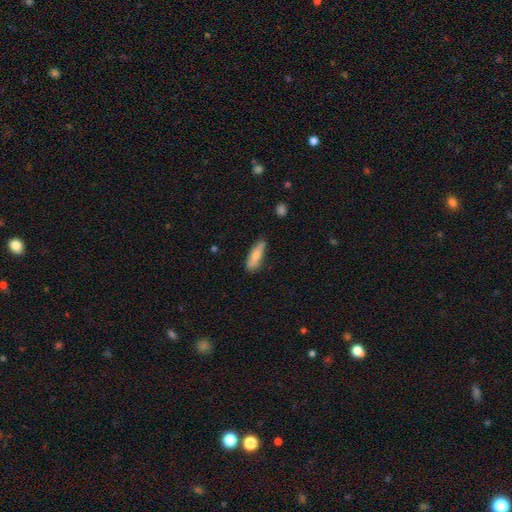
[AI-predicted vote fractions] The model was most divided on "how rounded": cigar-shaped: 59%, in between: 39%, round: 2%. More confident: smooth or featured — smooth (78%); merging — none (74%).